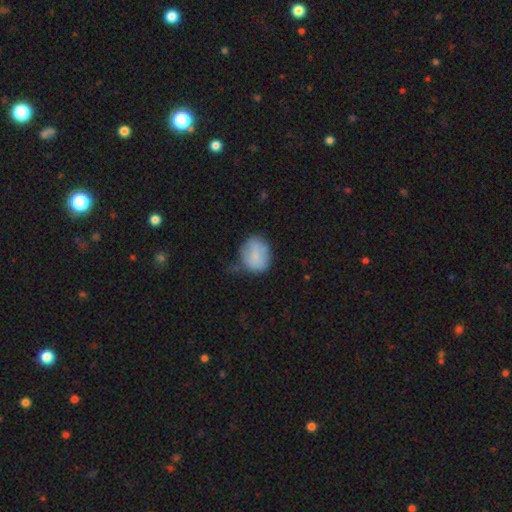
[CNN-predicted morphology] This appears to be a smooth galaxy with no disk features (79%) that is round (57%). Merging: none (51%).